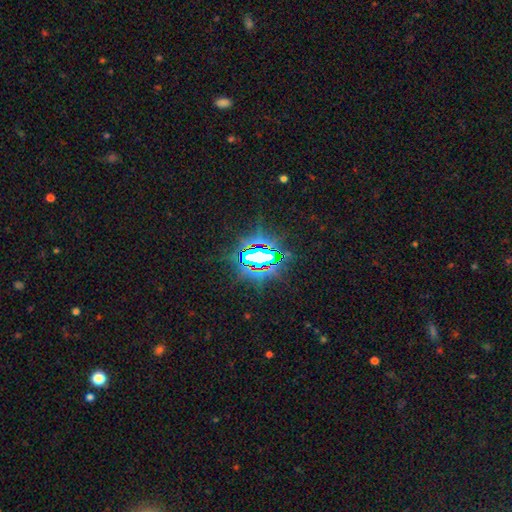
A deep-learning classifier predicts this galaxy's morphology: type=star or artifact (80%).